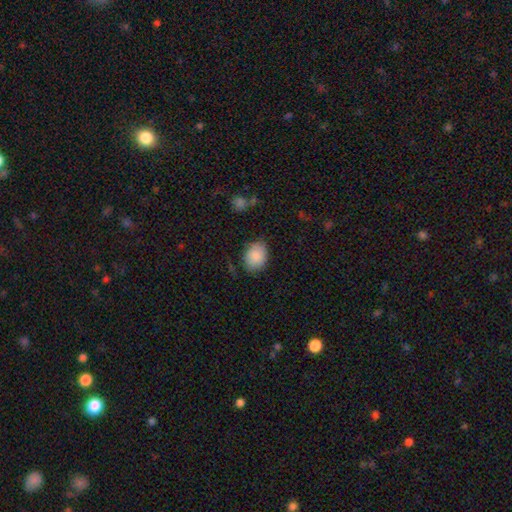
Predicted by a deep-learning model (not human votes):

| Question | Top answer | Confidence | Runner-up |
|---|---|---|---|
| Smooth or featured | smooth | 87% | star or artifact (7%) |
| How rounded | in between | 62% | round (37%) |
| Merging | none | 74% | minor disturbance (20%) |